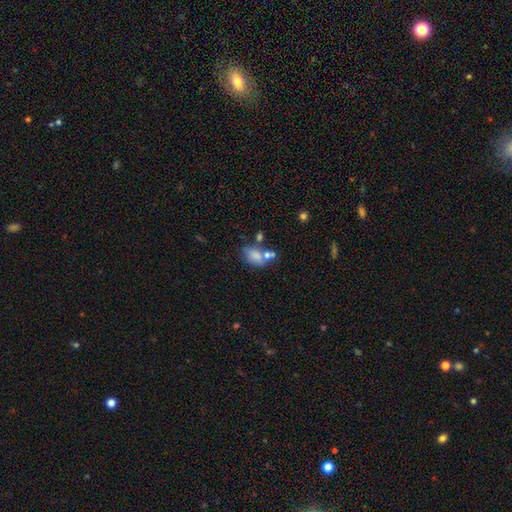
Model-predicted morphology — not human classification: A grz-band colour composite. It shows a smooth galaxy with no disk features (71%) that is in between round and cigar-shaped (83%). Merging: none (37%).